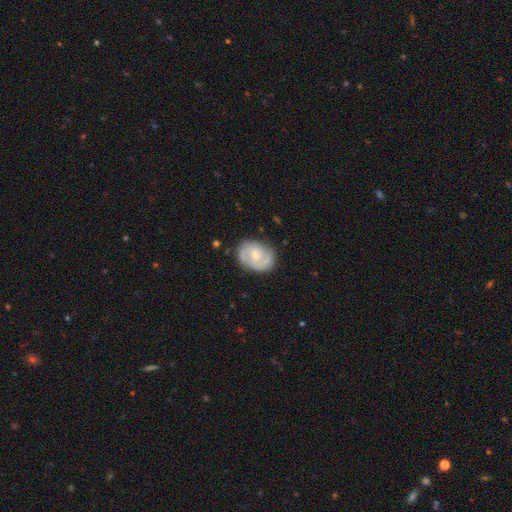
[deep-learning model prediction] The model was most divided on "bulge size": moderate: 41%, small: 37%, none: 14%, large: 7%, dominant: 1%. Remaining: edge-on disk — no (97%); spiral arms — yes (85%); merging — none (74%); smooth or featured — featured or disk (68%); spiral arm count — 2 (63%); bar — no (60%); spiral winding — tight (47%).